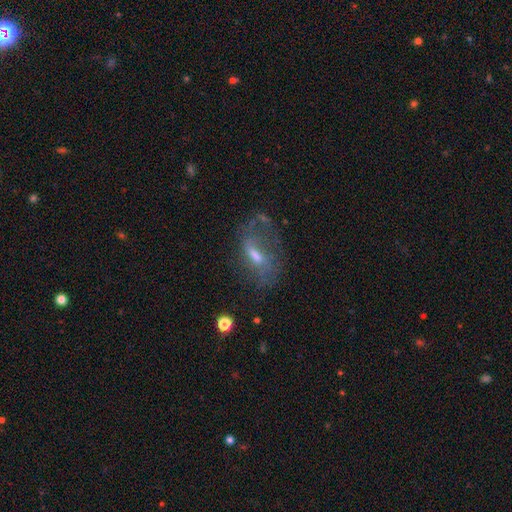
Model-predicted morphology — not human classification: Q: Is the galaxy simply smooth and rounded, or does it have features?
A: featured or disk — 57%.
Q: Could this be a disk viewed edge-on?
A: no — 88%.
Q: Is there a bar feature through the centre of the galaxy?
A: weak — 47%.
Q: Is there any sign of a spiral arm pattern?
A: yes — 52%.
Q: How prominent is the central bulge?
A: moderate — 48%.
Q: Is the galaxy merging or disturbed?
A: none — 41%.